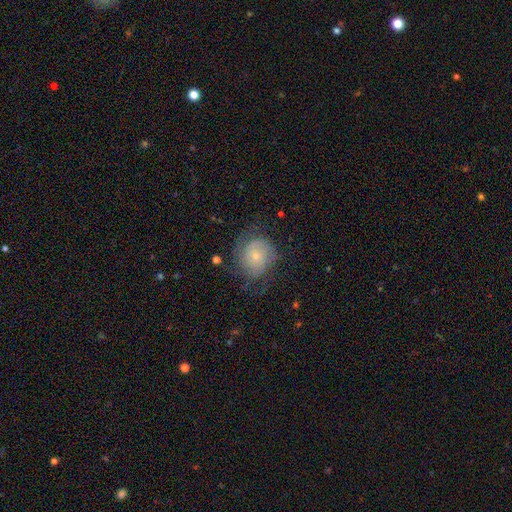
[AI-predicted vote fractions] Smooth or featured: featured or disk — 57% (smooth — 34%)
Edge-on disk: no — 97% (yes — 3%)
Bar: no — 78% (weak — 19%)
Spiral arms: yes — 82% (no — 18%)
Bulge size: small — 64% (moderate — 30%)
Merging: none — 60% (minor disturbance — 23%)